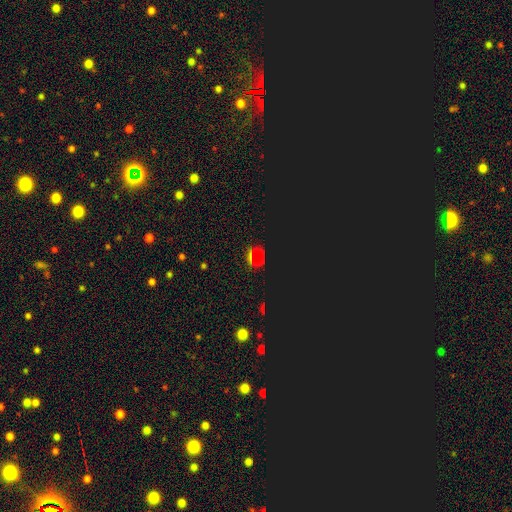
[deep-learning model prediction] A star or artifact, not a galaxy (49%).

Vote fractions:
- Smooth or featured? star or artifact: 49% / smooth: 41% / featured or disk: 9%